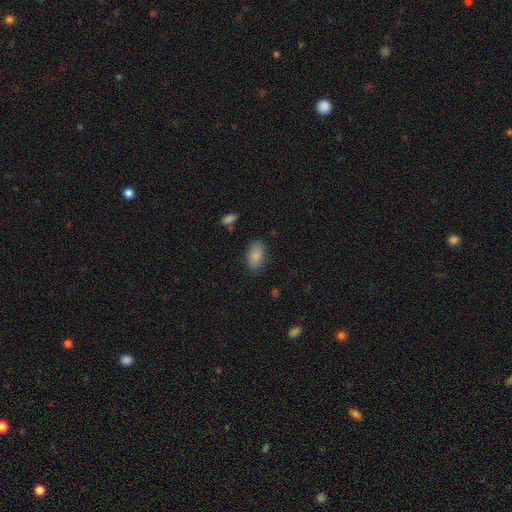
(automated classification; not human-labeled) Smooth or featured? Predicted: smooth (p=0.87). How rounded? Predicted: in between (p=0.92). Merging? Predicted: none (p=0.81).